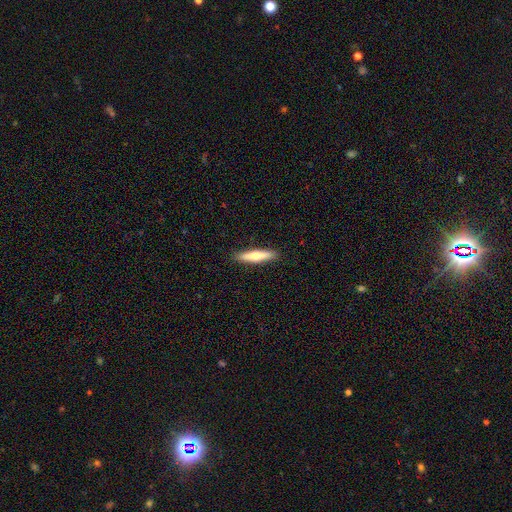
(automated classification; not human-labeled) A smooth galaxy with no disk features (58%) that is cigar-shaped (87%).

Vote fractions:
- Smooth or featured? smooth: 58% / featured or disk: 37% / star or artifact: 5%
- How rounded? cigar-shaped: 87% / in between: 11% / round: 1%
- Merging? none: 91% / minor disturbance: 6% / major disturbance: 1% / merger: 1%